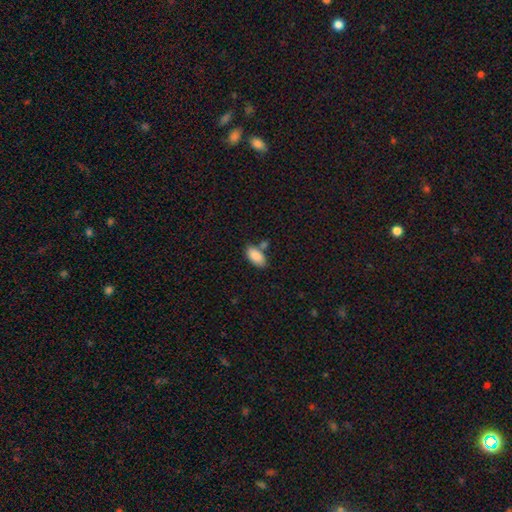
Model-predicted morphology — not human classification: smooth 88%, star or artifact 7%, featured or disk 5%. Down the decision tree: how rounded — in between (92%); merging — none (63%).